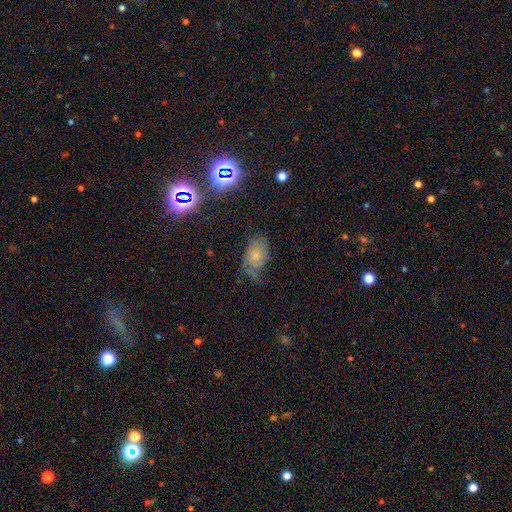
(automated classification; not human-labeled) This is possibly a smooth galaxy (55%). How rounded: clearly in between (88%). Merging: possibly none (48%).